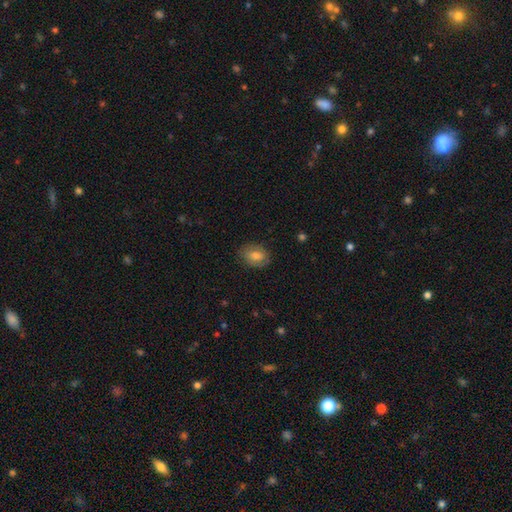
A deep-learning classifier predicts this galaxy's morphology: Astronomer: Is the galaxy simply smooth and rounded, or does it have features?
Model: smooth — 70%.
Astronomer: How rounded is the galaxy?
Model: in between — 72%.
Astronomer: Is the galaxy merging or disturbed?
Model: none — 82%.